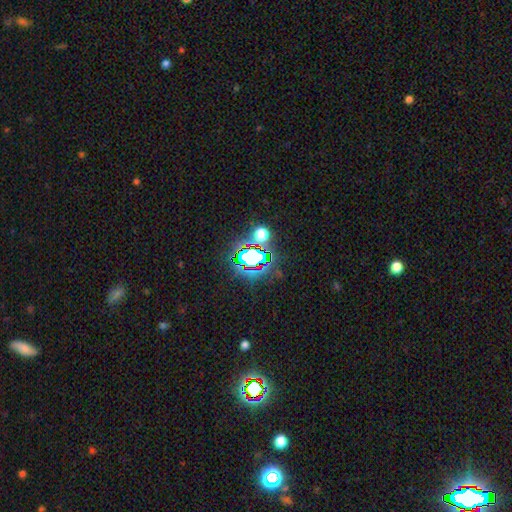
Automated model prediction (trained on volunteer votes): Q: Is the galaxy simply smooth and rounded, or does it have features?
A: star or artifact — 66%.